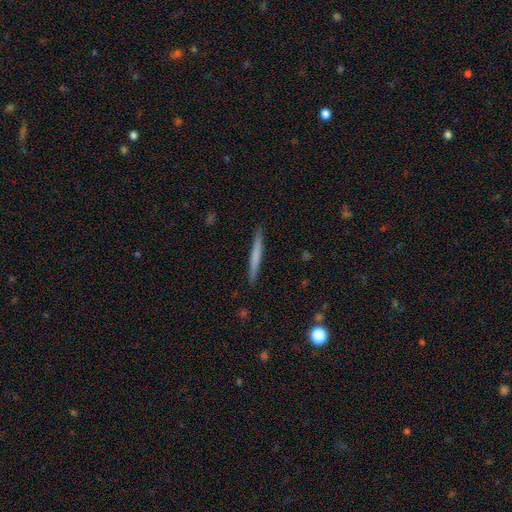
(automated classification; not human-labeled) This is likely a smooth galaxy (62%). How rounded: clearly cigar-shaped (97%). Merging: clearly none (91%).